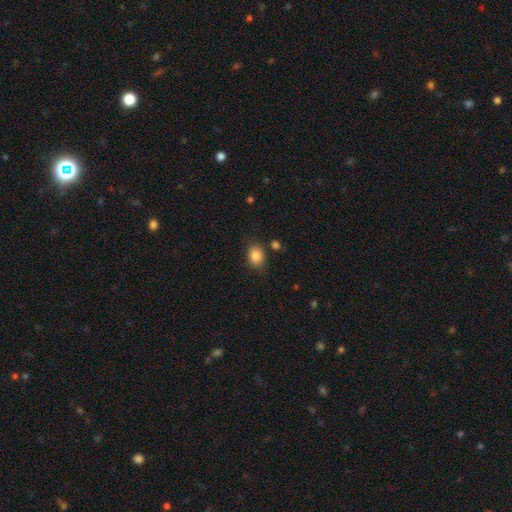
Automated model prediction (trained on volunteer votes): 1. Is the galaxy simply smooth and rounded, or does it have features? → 84% smooth, 10% star or artifact, 6% featured or disk.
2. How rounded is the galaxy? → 52% in between, 47% round, 1% cigar-shaped.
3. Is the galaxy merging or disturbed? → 80% none, 13% minor disturbance, 4% merger, 3% major disturbance.